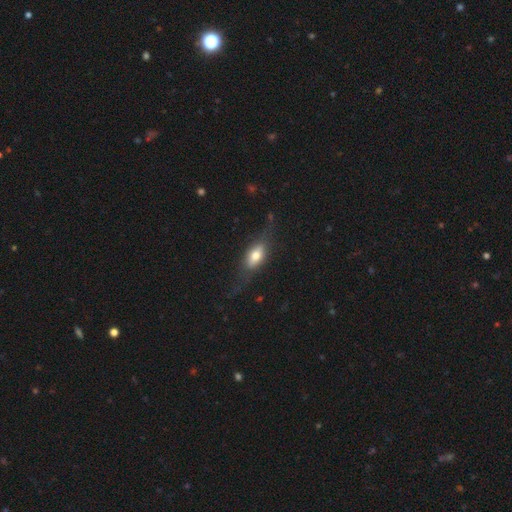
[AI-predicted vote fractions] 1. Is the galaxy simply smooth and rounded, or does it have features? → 60% smooth, 33% featured or disk, 7% star or artifact.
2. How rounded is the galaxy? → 77% in between, 17% cigar-shaped, 6% round.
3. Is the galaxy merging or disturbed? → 62% none, 21% minor disturbance, 15% major disturbance, 2% merger.